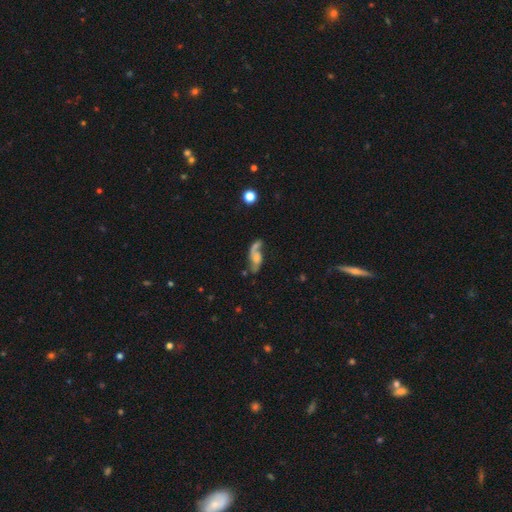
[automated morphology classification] smooth-or-featured: featured or disk: 65% | smooth: 25% | star or artifact: 9%
  disk-edge-on: no: 90% | yes: 10%
    bar: no: 65% | weak: 28% | strong: 7%
    has-spiral-arms: yes: 85% | no: 15%
    bulge-size: none: 34% | small: 27% | moderate: 24% | large: 12% | dominant: 3%
  merging: none: 43% | major disturbance: 21% | minor disturbance: 20% | merger: 16%